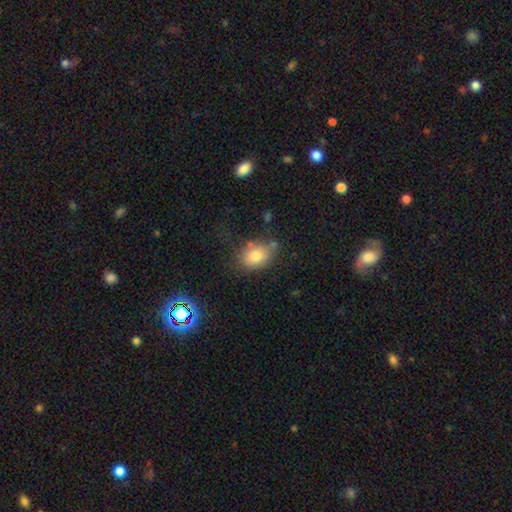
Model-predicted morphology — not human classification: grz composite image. It shows a smooth galaxy with no disk features (81%) that is in between round and cigar-shaped (72%). Merging: none (66%).